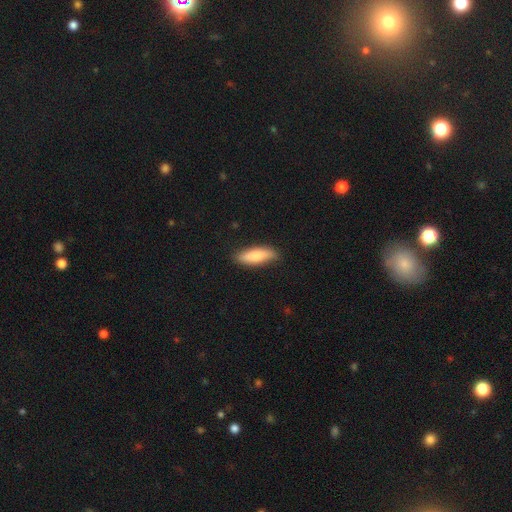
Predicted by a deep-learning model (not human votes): smooth_or_featured: smooth (p=0.83) [alt: featured or disk p=0.11]
how_rounded: in between (p=0.50) [alt: cigar-shaped p=0.49]
merging: none (p=0.86) [alt: minor disturbance p=0.11]